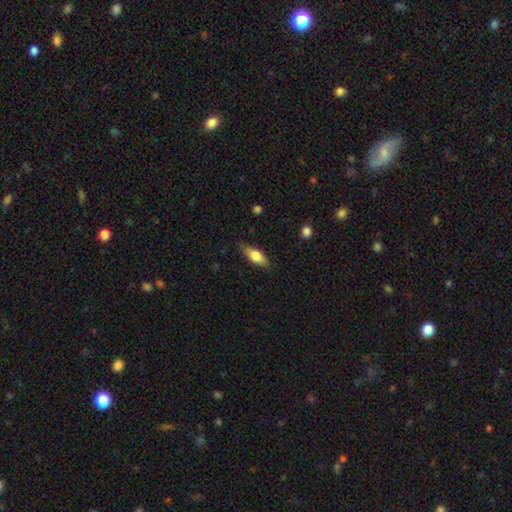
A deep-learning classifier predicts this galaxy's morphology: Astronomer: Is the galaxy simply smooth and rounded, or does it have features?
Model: smooth — 64%.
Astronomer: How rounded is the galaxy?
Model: in between — 70%.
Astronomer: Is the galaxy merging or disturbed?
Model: none — 81%.